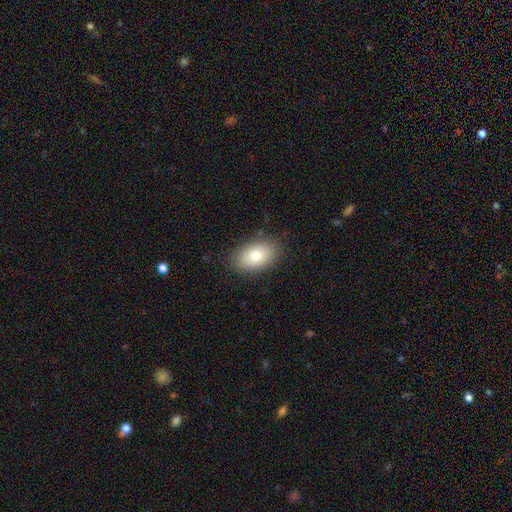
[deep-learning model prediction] Morphology: type=smooth (78%); roundness=in between (90%); merging=none (85%).